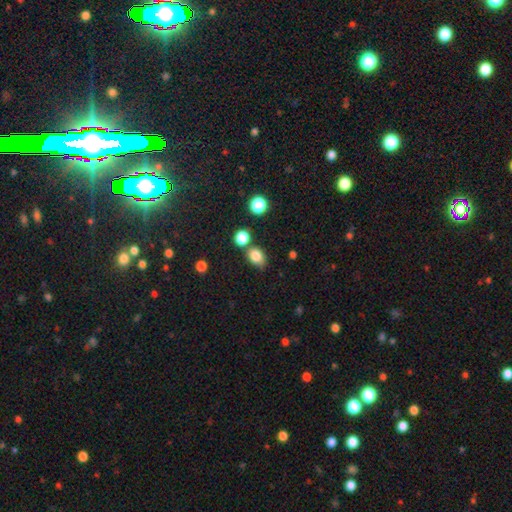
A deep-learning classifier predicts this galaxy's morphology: The model was most divided on "how rounded": in between: 59%, round: 40%, cigar-shaped: 1%. More confident: smooth or featured — smooth (82%); merging — none (65%).